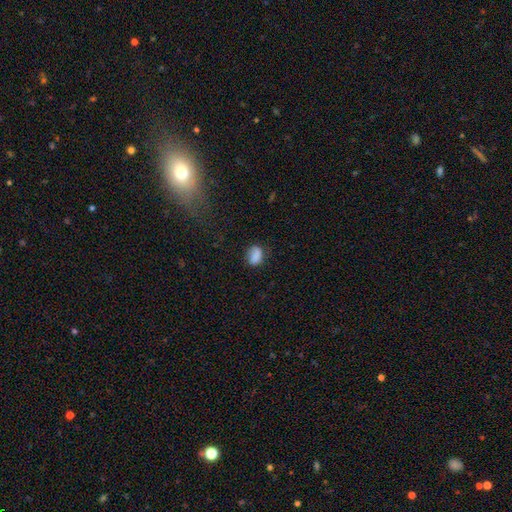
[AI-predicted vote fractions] A smooth galaxy with no disk features (82%) that is in between round and cigar-shaped (71%).

Vote fractions:
- Smooth or featured? smooth: 82% / star or artifact: 9% / featured or disk: 9%
- How rounded? in between: 71% / round: 28% / cigar-shaped: 2%
- Merging? none: 66% / minor disturbance: 24% / major disturbance: 8% / merger: 2%